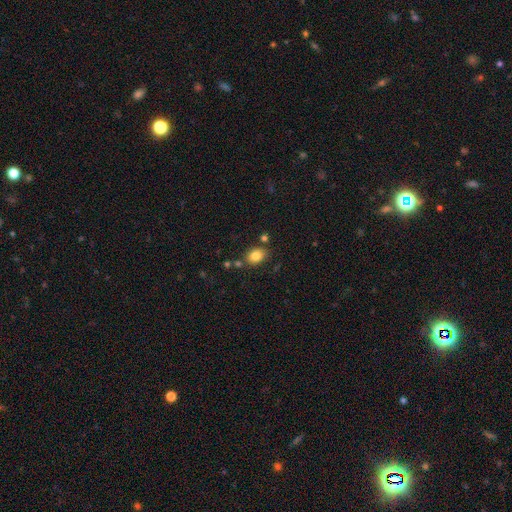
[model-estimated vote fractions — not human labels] Q: Smooth or featured?
A: smooth (83%); runner-up: star or artifact (10%)
Q: How rounded?
A: in between (66%); runner-up: round (33%)
Q: Merging?
A: none (76%); runner-up: minor disturbance (12%)